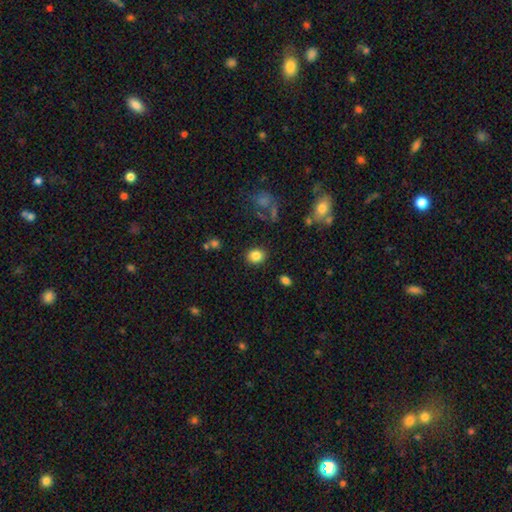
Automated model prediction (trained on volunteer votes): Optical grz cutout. It shows a smooth galaxy with no disk features (84%) that is round (64%). Merging: none (88%).